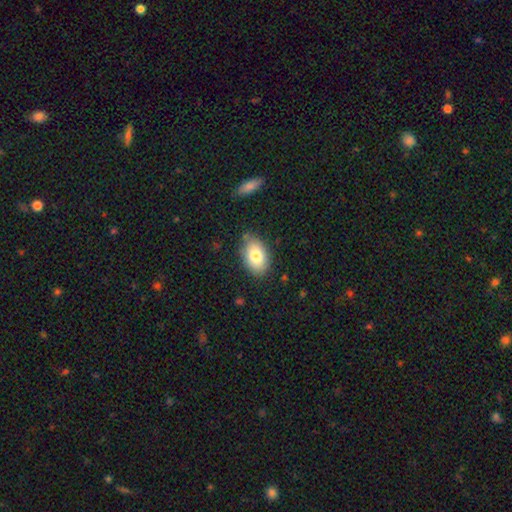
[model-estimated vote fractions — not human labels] A smooth galaxy with no disk features (78%) that is in between round and cigar-shaped (88%). Merging: none (81%).